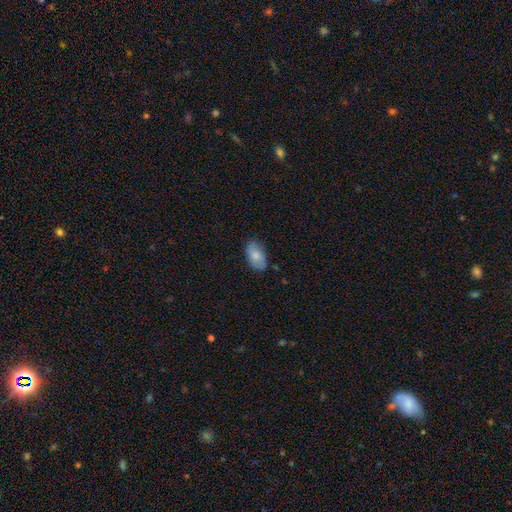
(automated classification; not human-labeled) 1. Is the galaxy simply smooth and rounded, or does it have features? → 83% smooth, 11% featured or disk, 6% star or artifact.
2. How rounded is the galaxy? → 94% in between, 5% round, 2% cigar-shaped.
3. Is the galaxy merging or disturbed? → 76% none, 19% minor disturbance, 3% major disturbance, 1% merger.